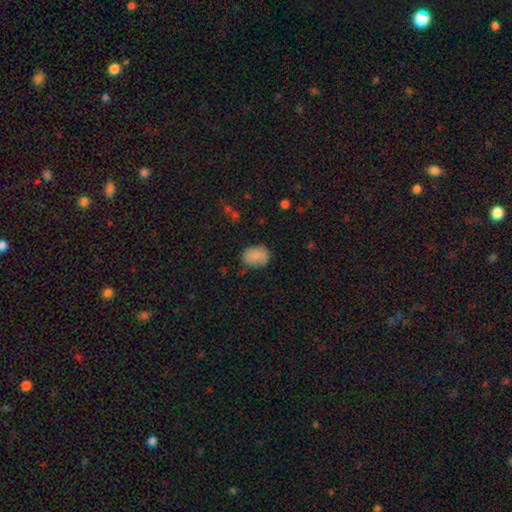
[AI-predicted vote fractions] A smooth galaxy with no disk features (81%) that is in between round and cigar-shaped (66%).

Vote fractions:
- Smooth or featured? smooth: 81% / featured or disk: 10% / star or artifact: 8%
- How rounded? in between: 66% / round: 33% / cigar-shaped: 1%
- Merging? none: 71% / minor disturbance: 22% / major disturbance: 5% / merger: 2%